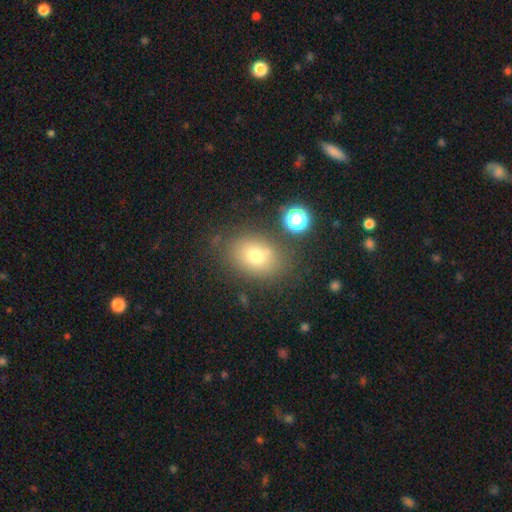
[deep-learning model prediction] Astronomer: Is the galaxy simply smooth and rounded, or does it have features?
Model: smooth — 72%.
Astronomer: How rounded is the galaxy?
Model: in between — 68%.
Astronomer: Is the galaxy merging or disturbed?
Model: none — 75%.